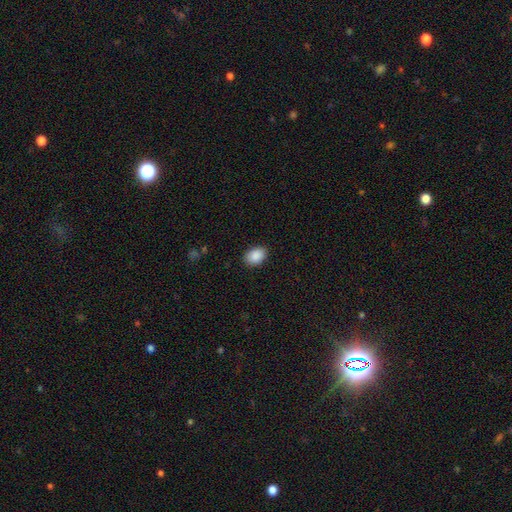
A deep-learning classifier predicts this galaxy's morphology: smooth 90%, star or artifact 7%, featured or disk 3%. Down the decision tree: how rounded — in between (82%); merging — none (87%).